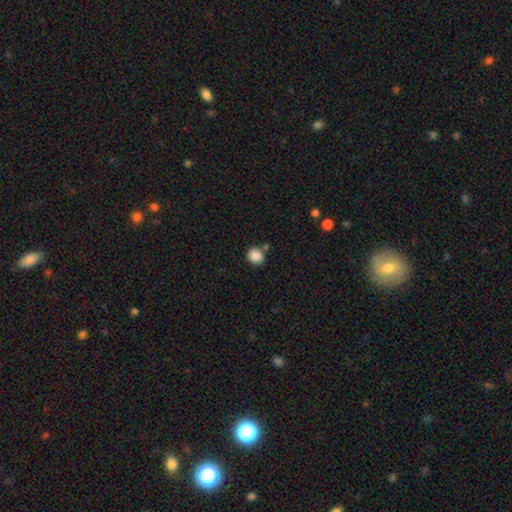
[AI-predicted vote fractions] smooth 87%, star or artifact 9%, featured or disk 3%. Down the decision tree: how rounded — round (88%); merging — none (75%).